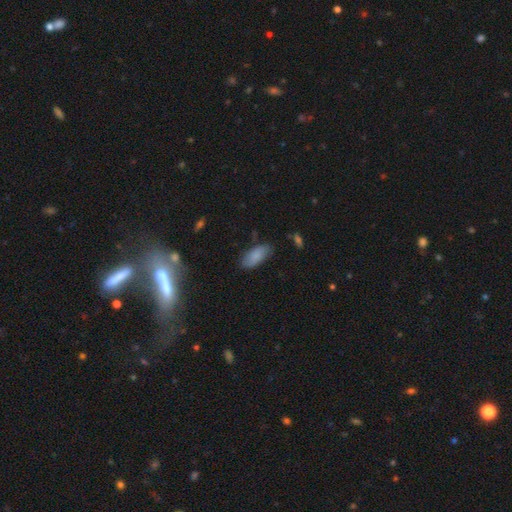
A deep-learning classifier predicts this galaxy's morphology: smooth 83%, featured or disk 10%, star or artifact 7%. Down the decision tree: how rounded — in between (86%); merging — none (79%).